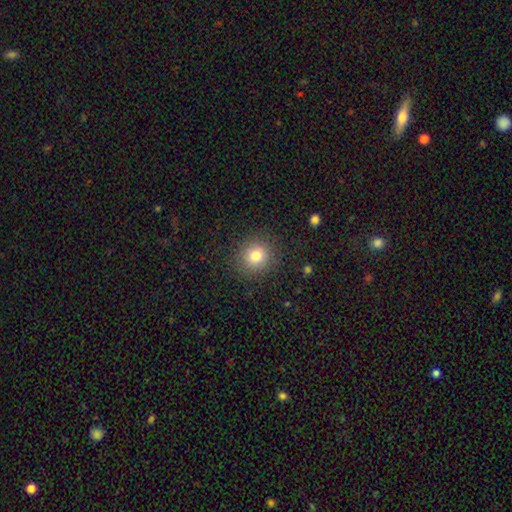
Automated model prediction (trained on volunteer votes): Smooth or featured? Predicted: smooth (p=0.79). How rounded? Predicted: round (p=0.88). Merging? Predicted: none (p=0.88).